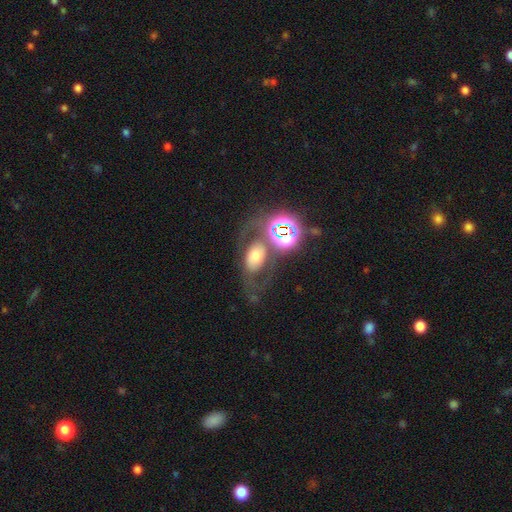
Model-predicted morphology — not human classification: Smooth or featured?
  - smooth: 43% *
  - featured or disk: 36%
  - star or artifact: 21%
Merging?
  - none: 49% *
  - major disturbance: 20%
  - minor disturbance: 16%
  - merger: 15%